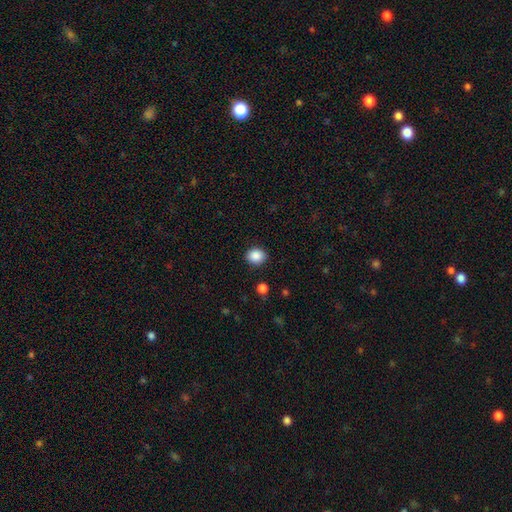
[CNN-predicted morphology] smooth_or_featured: smooth (p=0.88) [alt: star or artifact p=0.09]
how_rounded: round (p=0.66) [alt: in between p=0.34]
merging: none (p=0.89) [alt: minor disturbance p=0.07]